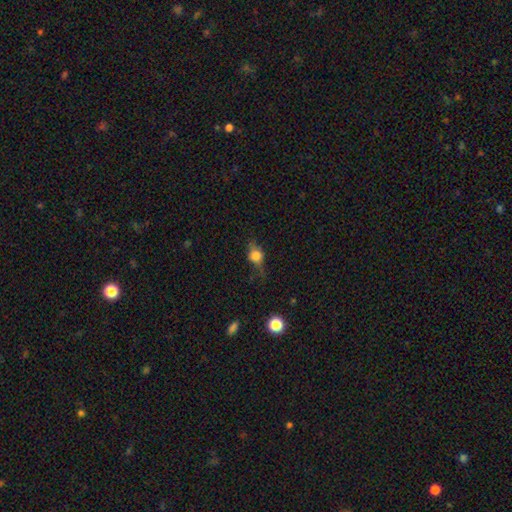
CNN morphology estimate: Smooth or featured?
  - smooth: 58% *
  - featured or disk: 30%
  - star or artifact: 12%
How rounded?
  - round: 47% *
  - in between: 46%
  - cigar-shaped: 6%
Merging?
  - none: 60% *
  - minor disturbance: 26%
  - major disturbance: 12%
  - merger: 2%